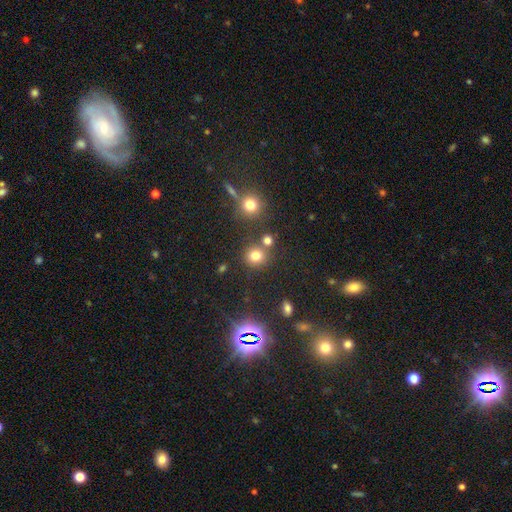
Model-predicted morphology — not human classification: Smooth or featured? Predicted: smooth (p=0.73). How rounded? Predicted: round (p=0.87). Merging? Predicted: none (p=0.73).